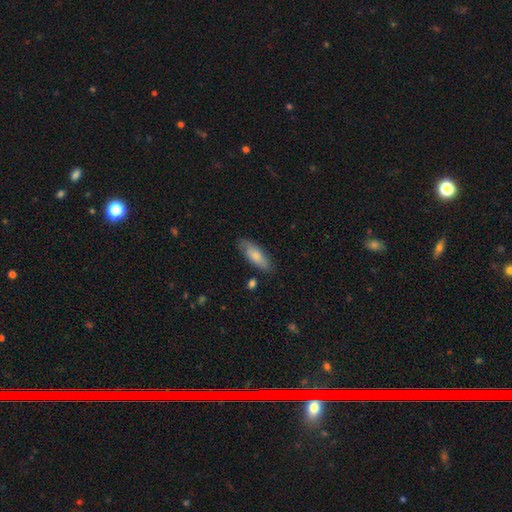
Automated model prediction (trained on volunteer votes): Smooth or featured? smooth (77%)
How rounded? in between (67%)
Merging? none (78%)